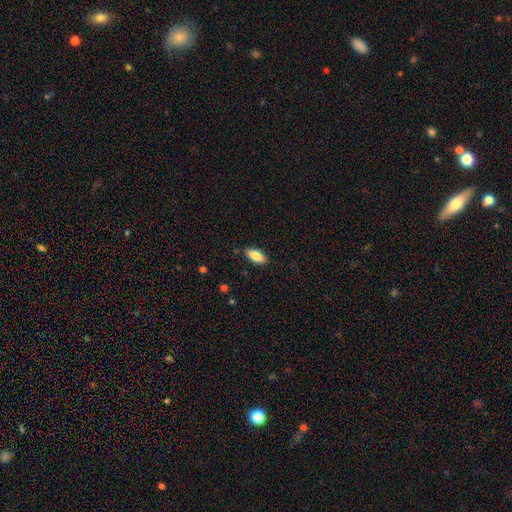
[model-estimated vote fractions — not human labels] Smooth or featured?
  - smooth: 83% *
  - featured or disk: 11%
  - star or artifact: 7%
How rounded?
  - in between: 82% *
  - cigar-shaped: 16%
  - round: 2%
Merging?
  - none: 85% *
  - minor disturbance: 12%
  - major disturbance: 2%
  - merger: 1%